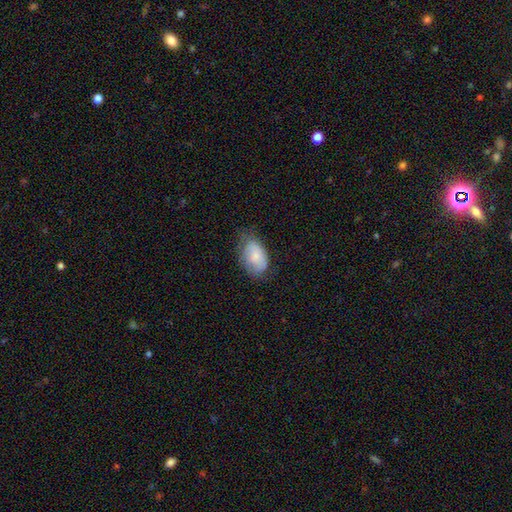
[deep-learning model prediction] This appears to be a smooth galaxy with no disk features (75%) that is in between round and cigar-shaped (89%). Merging: none (52%).